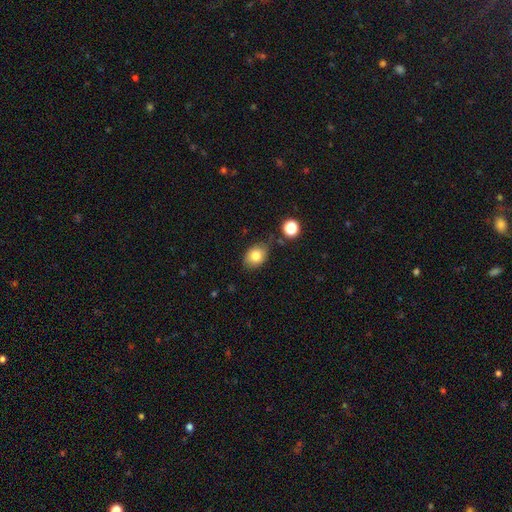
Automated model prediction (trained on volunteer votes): smooth 81%, star or artifact 10%, featured or disk 9%. Down the decision tree: how rounded — in between (66%); merging — none (73%).